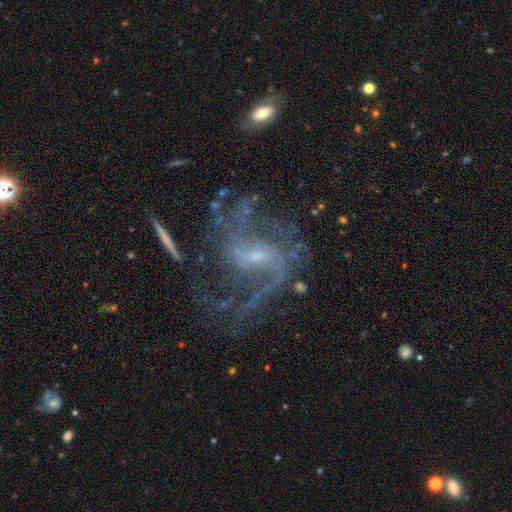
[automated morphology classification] Q: Smooth or featured?
A: featured or disk (89%); runner-up: star or artifact (7%)
Q: Edge-on disk?
A: no (97%); runner-up: yes (3%)
Q: Bar?
A: weak (55%); runner-up: no (22%)
Q: Spiral arms?
A: yes (96%); runner-up: no (4%)
Q: Spiral winding?
A: loose (52%); runner-up: medium (39%)
Q: Spiral arm count?
A: 2 (71%); runner-up: can't tell (9%)
Q: Bulge size?
A: small (67%); runner-up: moderate (22%)
Q: Merging?
A: none (58%); runner-up: major disturbance (21%)